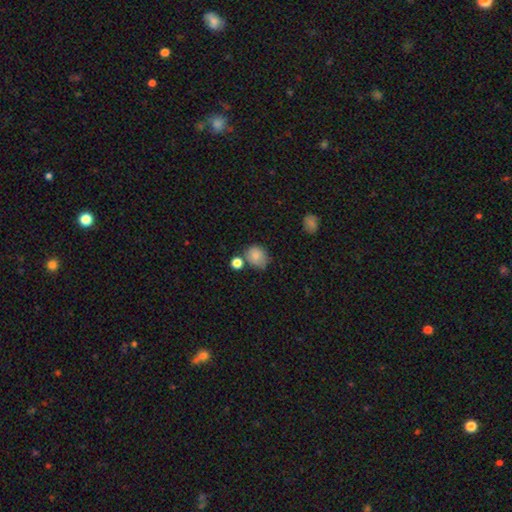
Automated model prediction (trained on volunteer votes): smooth_or_featured: smooth (p=0.81) [alt: star or artifact p=0.10]
how_rounded: round (p=0.61) [alt: in between p=0.38]
merging: none (p=0.53) [alt: minor disturbance p=0.26]